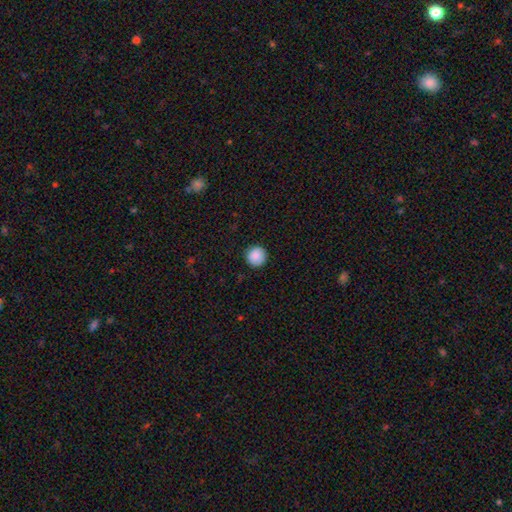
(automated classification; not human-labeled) Smooth or featured? Predicted: smooth (p=0.89). How rounded? Predicted: round (p=0.95). Merging? Predicted: none (p=0.91).